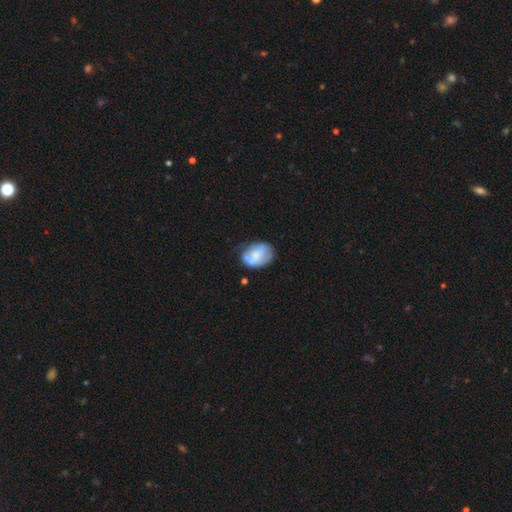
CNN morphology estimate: Q: Smooth or featured?
A: smooth (57%); runner-up: featured or disk (36%)
Q: How rounded?
A: in between (68%); runner-up: round (31%)
Q: Merging?
A: none (48%); runner-up: minor disturbance (31%)